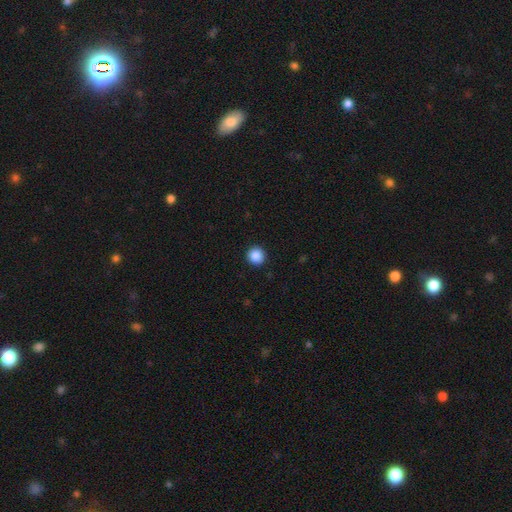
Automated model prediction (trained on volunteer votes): Smooth or featured?
  - smooth: 88% *
  - star or artifact: 9%
  - featured or disk: 2%
How rounded?
  - round: 95% *
  - in between: 4%
  - cigar-shaped: 1%
Merging?
  - none: 93% *
  - minor disturbance: 5%
  - major disturbance: 2%
  - merger: 1%